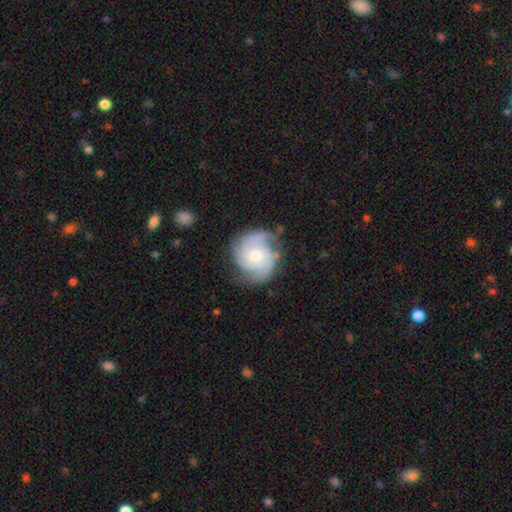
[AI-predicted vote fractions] Q: Smooth or featured?
A: featured or disk (86%); runner-up: smooth (9%)
Q: Edge-on disk?
A: no (98%); runner-up: yes (2%)
Q: Bar?
A: no (71%); runner-up: weak (25%)
Q: Spiral arms?
A: yes (97%); runner-up: no (3%)
Q: Spiral winding?
A: tight (60%); runner-up: medium (34%)
Q: Spiral arm count?
A: 3 (42%); runner-up: 2 (27%)
Q: Bulge size?
A: moderate (49%); runner-up: small (46%)
Q: Merging?
A: none (74%); runner-up: minor disturbance (18%)